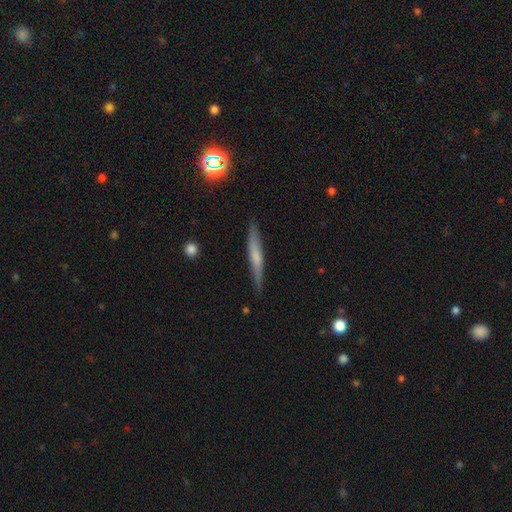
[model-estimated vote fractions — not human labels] Overall: smooth (48%; featured or disk 45%). Merging: none (87%).